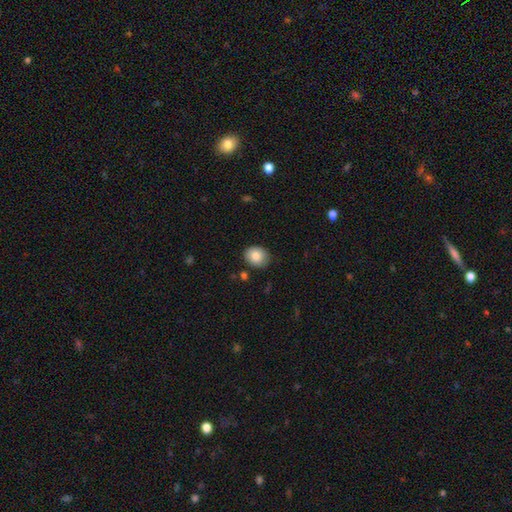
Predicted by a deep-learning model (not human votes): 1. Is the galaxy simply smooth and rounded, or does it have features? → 82% smooth, 9% featured or disk, 8% star or artifact.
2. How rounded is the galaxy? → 58% round, 41% in between, 1% cigar-shaped.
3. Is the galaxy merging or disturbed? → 82% none, 13% minor disturbance, 2% major disturbance, 2% merger.